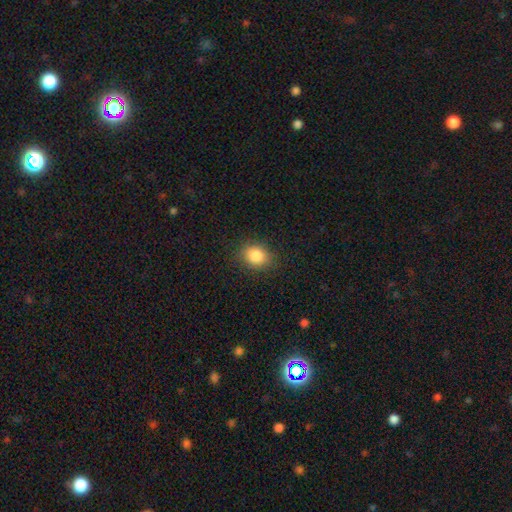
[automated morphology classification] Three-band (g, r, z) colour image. It shows a smooth galaxy with no disk features (85%) that is round (52%). Merging: none (86%).